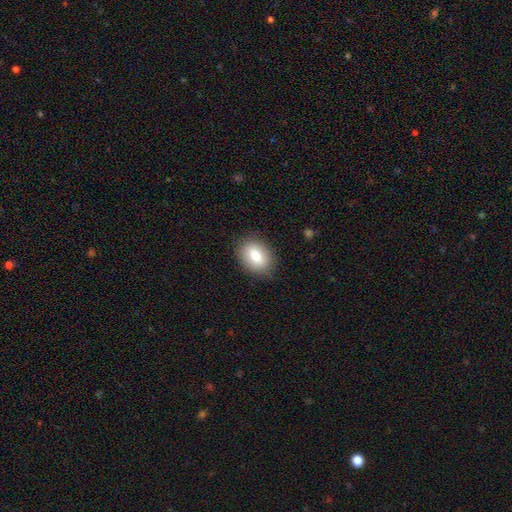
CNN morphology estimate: The model was most divided on "how rounded": in between: 76%, round: 22%, cigar-shaped: 1%. More confident: merging — none (85%); smooth or featured — smooth (79%).